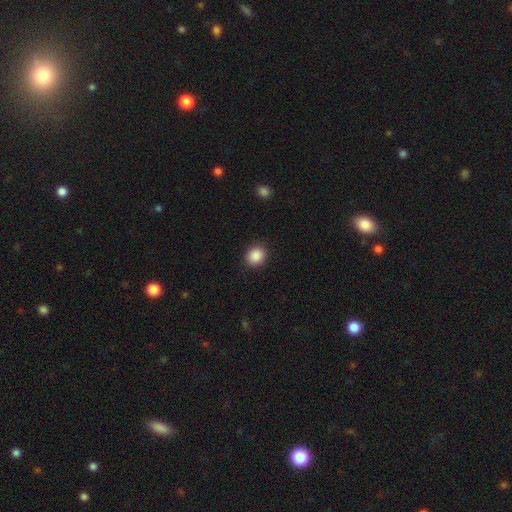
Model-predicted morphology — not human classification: This appears to be a smooth galaxy with no disk features (89%) that is round (73%). Merging: none (90%).